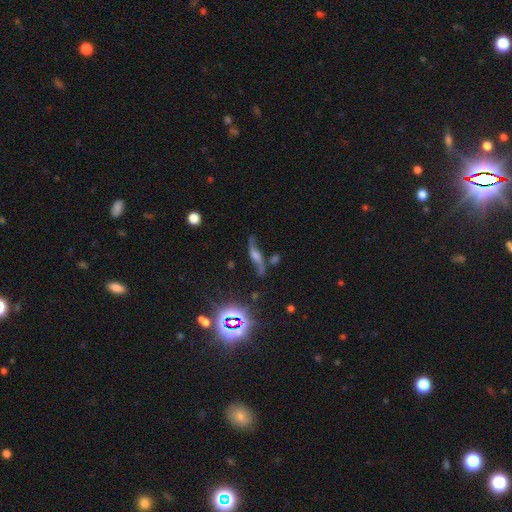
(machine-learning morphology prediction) type=featured or disk (69%); edge-on=no (59%); merging=none (66%).